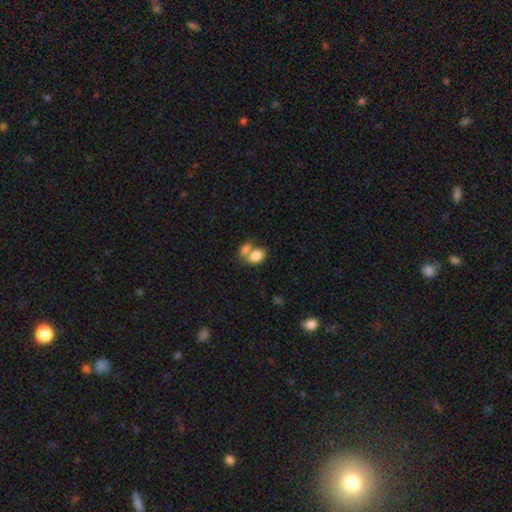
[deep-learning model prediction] Smooth or featured: smooth — 82% (featured or disk — 10%)
How rounded: in between — 77% (round — 21%)
Merging: merger — 55% (none — 31%)